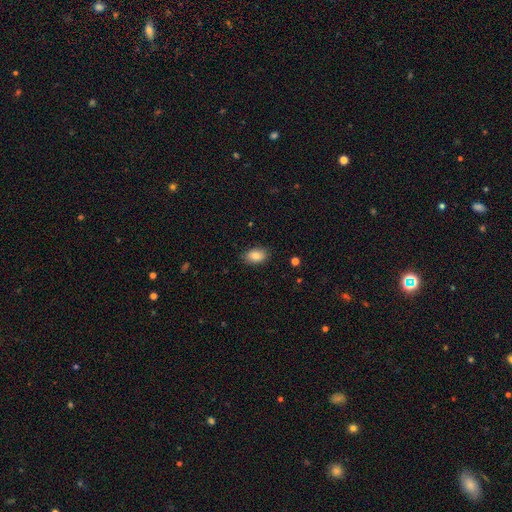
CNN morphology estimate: This is clearly a smooth galaxy (85%). How rounded: clearly in between (88%). Merging: clearly none (85%).